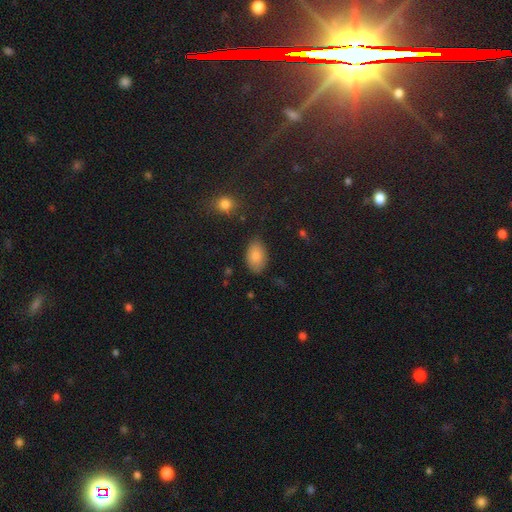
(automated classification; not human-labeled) A smooth galaxy with no disk features (85%) that is in between round and cigar-shaped (92%). Merging: none (81%).